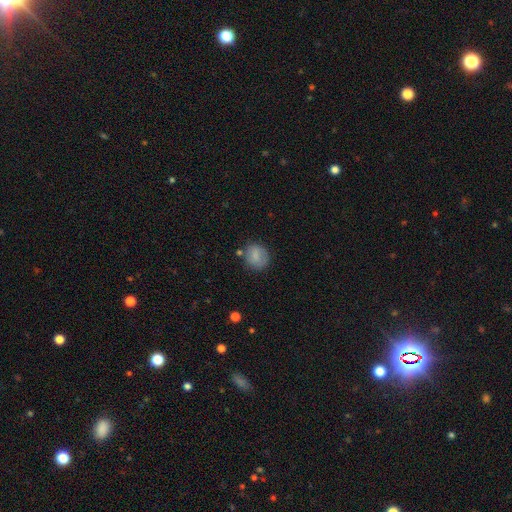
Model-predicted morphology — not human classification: This appears to be a smooth galaxy with no disk features (79%) that is round (76%). Merging: none (73%).